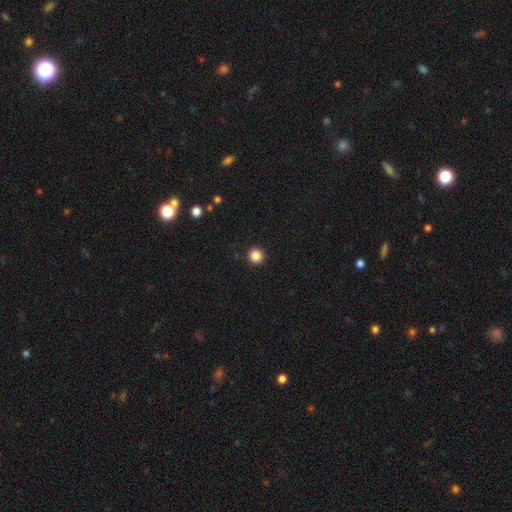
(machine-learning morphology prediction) type=smooth (85%); roundness=round (95%); merging=none (93%).